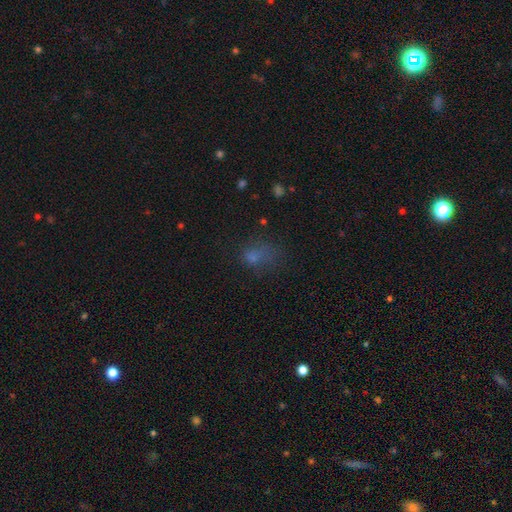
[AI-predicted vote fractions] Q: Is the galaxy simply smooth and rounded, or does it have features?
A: smooth — 60%.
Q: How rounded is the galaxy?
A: in between — 65%.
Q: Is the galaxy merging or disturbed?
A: none — 38%.